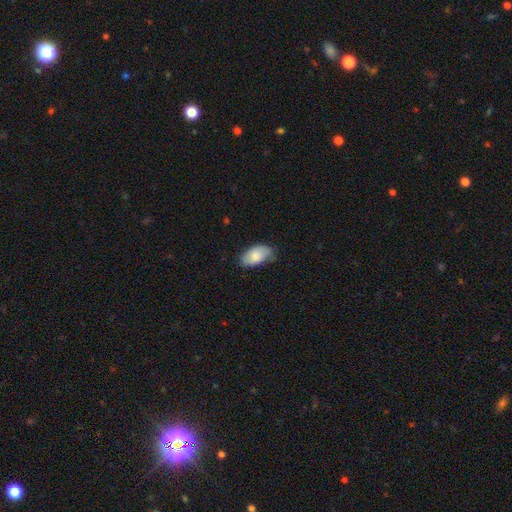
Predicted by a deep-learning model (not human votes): Overall: smooth (82%). How rounded: in between (95%). Merging: none (66%; minor disturbance 28%).